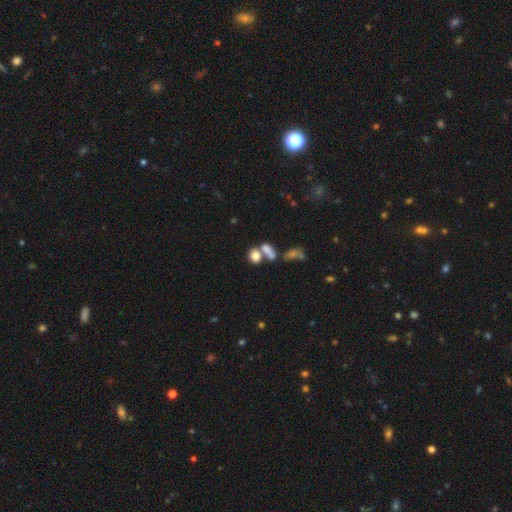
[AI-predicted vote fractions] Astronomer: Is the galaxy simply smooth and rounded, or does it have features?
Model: smooth — 78%.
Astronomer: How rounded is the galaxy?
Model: in between — 49% (runner-up: round, 47%).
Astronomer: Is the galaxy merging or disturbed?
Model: merger — 43% (runner-up: none, 41%).